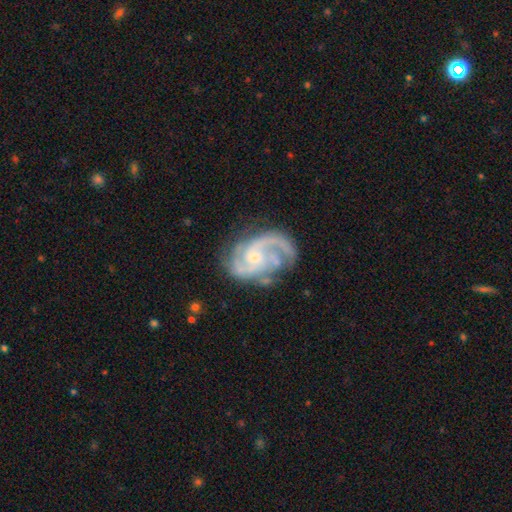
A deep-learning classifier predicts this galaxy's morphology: This is clearly a featured or disk galaxy (91%). It is clearly not viewed edge-on (98%). Bar: likely no (61%). Spiral arm pattern: clearly yes (98%). Spiral arm count: possibly 2 (53%). Spiral winding: possibly medium (53%). Central bulge: likely small (67%). Merging: likely none (67%).